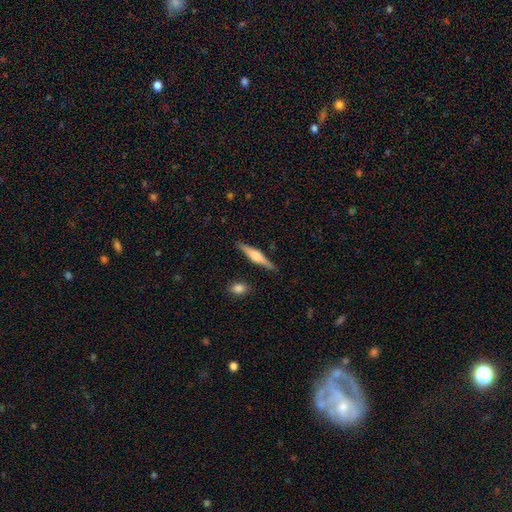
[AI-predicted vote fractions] Smooth or featured? Predicted: featured or disk (p=0.67). Edge-on disk? Predicted: yes (p=0.98). Edge-on bulge? Predicted: rounded (p=0.82). Merging? Predicted: none (p=0.88).